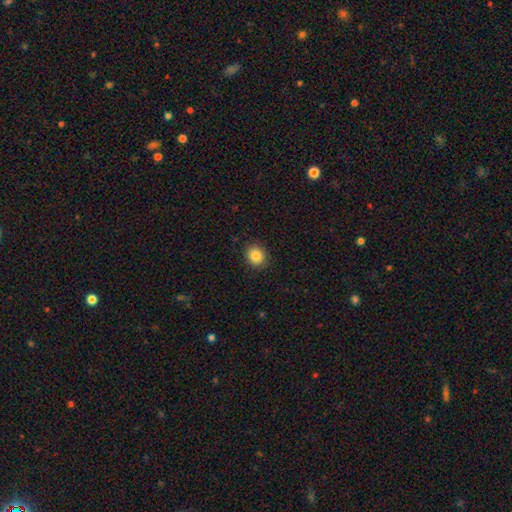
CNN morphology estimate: Smooth or featured?
  - smooth: 85% *
  - star or artifact: 10%
  - featured or disk: 5%
How rounded?
  - round: 79% *
  - in between: 20%
  - cigar-shaped: 1%
Merging?
  - none: 90% *
  - minor disturbance: 7%
  - major disturbance: 2%
  - merger: 1%